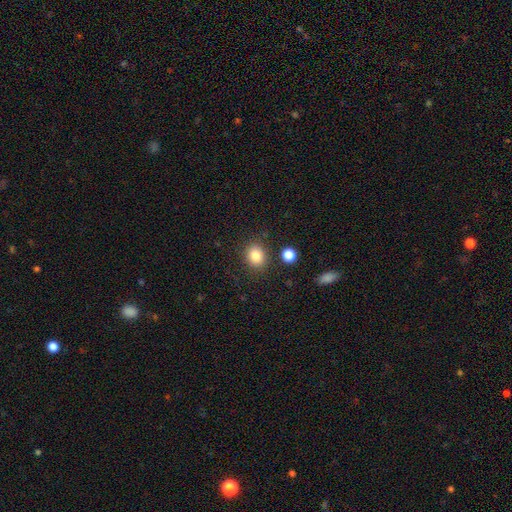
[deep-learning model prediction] This is clearly a smooth galaxy (84%). How rounded: likely round (62%). Merging: clearly none (84%).